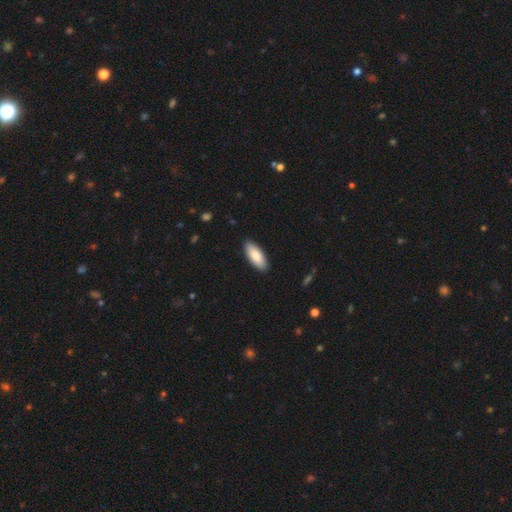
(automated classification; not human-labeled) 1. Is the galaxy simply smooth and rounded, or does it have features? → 86% smooth, 8% featured or disk, 5% star or artifact.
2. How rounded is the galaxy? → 79% in between, 19% cigar-shaped, 2% round.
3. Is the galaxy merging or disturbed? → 90% none, 8% minor disturbance, 2% major disturbance, 1% merger.